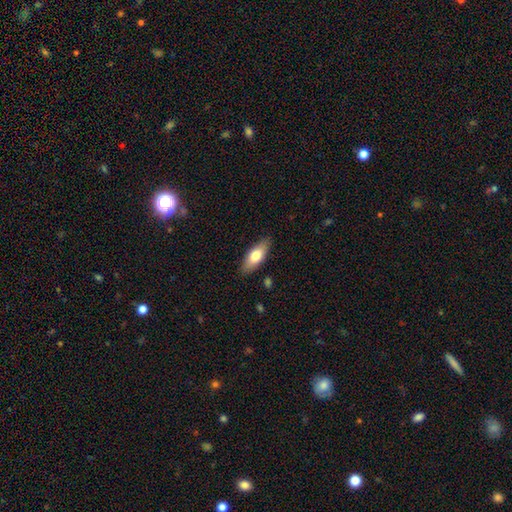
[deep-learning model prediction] A smooth galaxy with no disk features (71%) that is in between round and cigar-shaped (72%). Merging: none (86%).